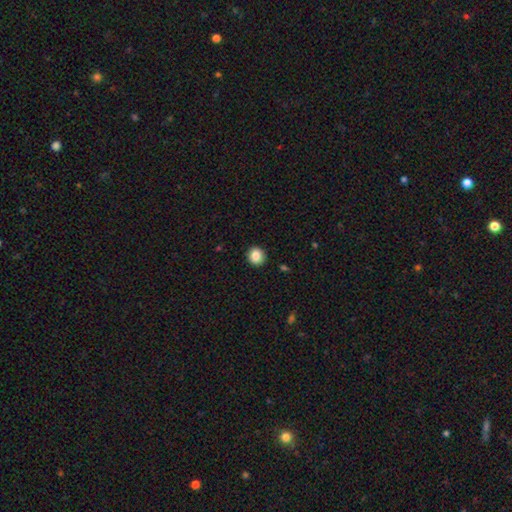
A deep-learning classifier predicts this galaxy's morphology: smooth-or-featured: smooth: 86% | star or artifact: 9% | featured or disk: 5%
  how-rounded: round: 84% | in between: 15% | cigar-shaped: 1%
  merging: none: 91% | minor disturbance: 7% | major disturbance: 2% | merger: 1%